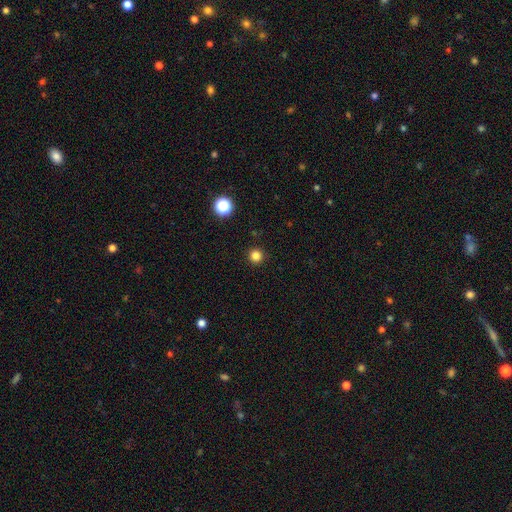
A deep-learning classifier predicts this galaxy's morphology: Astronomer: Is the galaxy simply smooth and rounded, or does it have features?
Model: smooth — 82%.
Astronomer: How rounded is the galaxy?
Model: round — 96%.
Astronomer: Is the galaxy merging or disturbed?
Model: none — 93%.